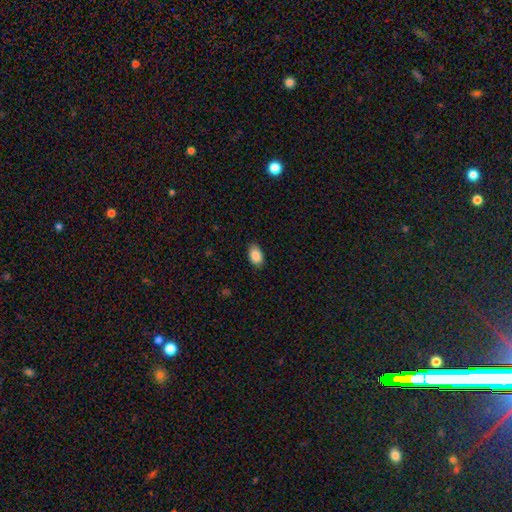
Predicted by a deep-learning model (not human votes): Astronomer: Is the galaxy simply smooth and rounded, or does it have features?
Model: smooth — 88%.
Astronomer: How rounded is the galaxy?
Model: in between — 91%.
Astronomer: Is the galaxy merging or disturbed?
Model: none — 85%.